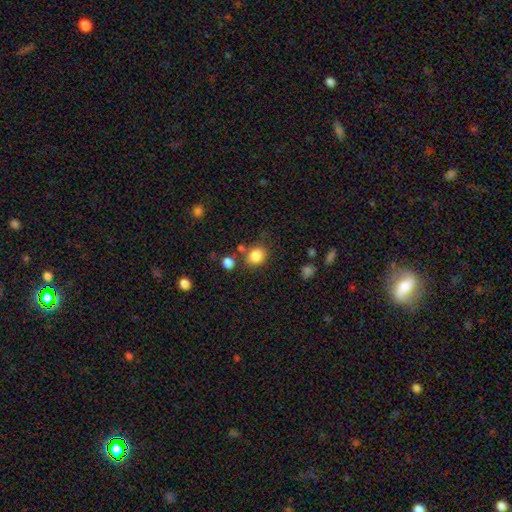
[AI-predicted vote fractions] smooth_or_featured: smooth (p=0.85) [alt: star or artifact p=0.10]
how_rounded: round (p=0.67) [alt: in between p=0.32]
merging: none (p=0.77) [alt: minor disturbance p=0.11]